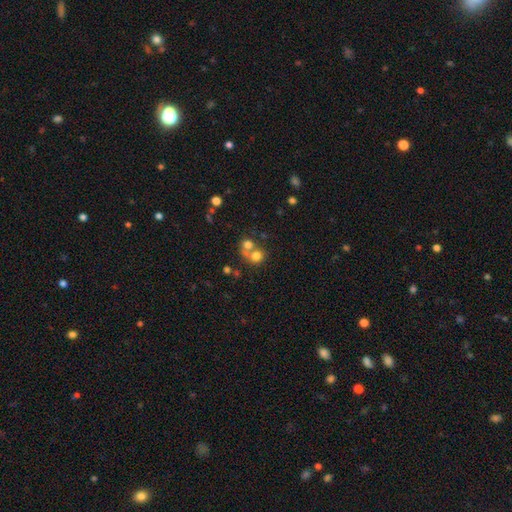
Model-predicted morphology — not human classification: smooth_or_featured: smooth (p=0.71) [alt: featured or disk p=0.16]
how_rounded: round (p=0.77) [alt: in between p=0.22]
merging: merger (p=0.56) [alt: none p=0.33]